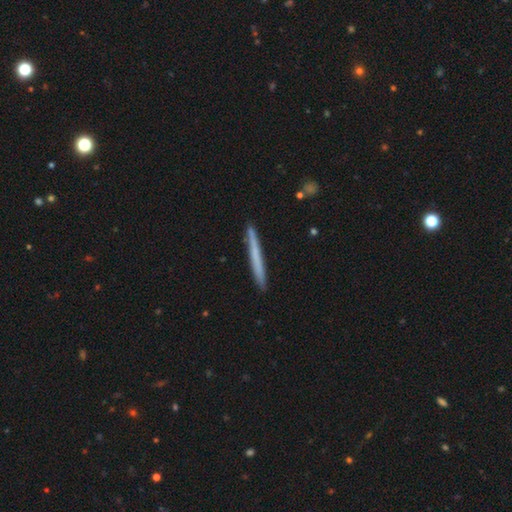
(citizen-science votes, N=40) Volunteers were most divided on "smooth or featured": smooth: 68%, featured or disk: 32%, star or artifact: 0%. More confident: how rounded — cigar-shaped (96%); merging — none (90%).